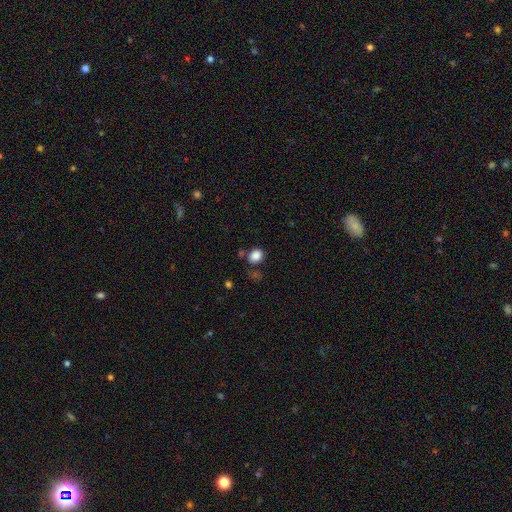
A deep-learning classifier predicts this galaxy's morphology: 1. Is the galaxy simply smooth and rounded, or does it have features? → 86% smooth, 10% star or artifact, 4% featured or disk.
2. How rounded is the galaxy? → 58% round, 41% in between, 1% cigar-shaped.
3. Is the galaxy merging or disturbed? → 74% none, 14% minor disturbance, 8% merger, 5% major disturbance.